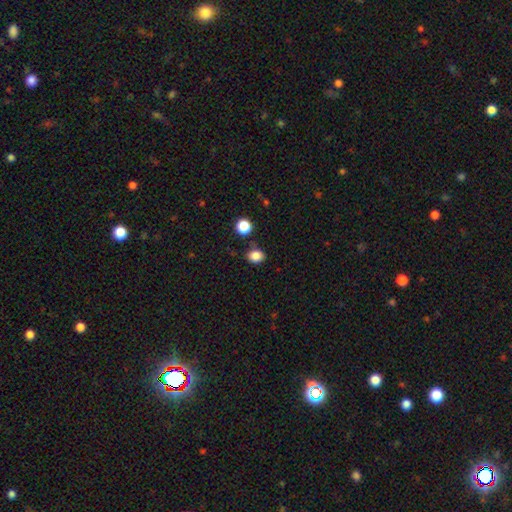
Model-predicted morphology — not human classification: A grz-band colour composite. It shows a smooth galaxy with no disk features (85%) that is round (52%). Merging: none (78%).